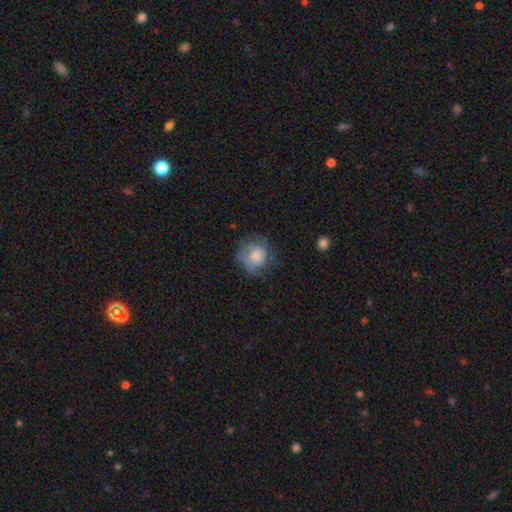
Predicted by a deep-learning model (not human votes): smooth 61%, featured or disk 30%, star or artifact 9%. Down the decision tree: how rounded — round (81%); merging — none (60%).